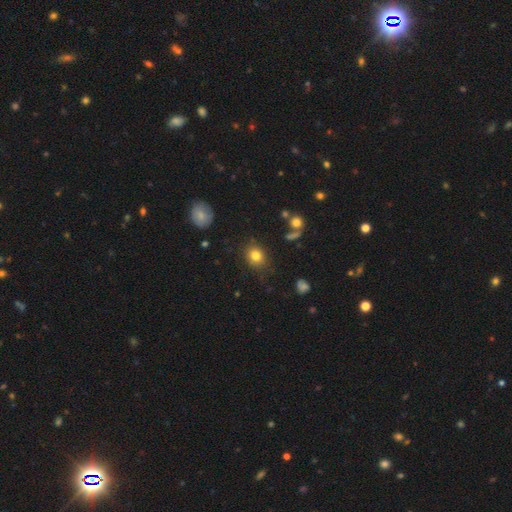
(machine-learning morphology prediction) smooth-or-featured: smooth: 80% | star or artifact: 12% | featured or disk: 8%
  how-rounded: round: 64% | in between: 35% | cigar-shaped: 1%
  merging: none: 81% | minor disturbance: 13% | major disturbance: 4% | merger: 2%